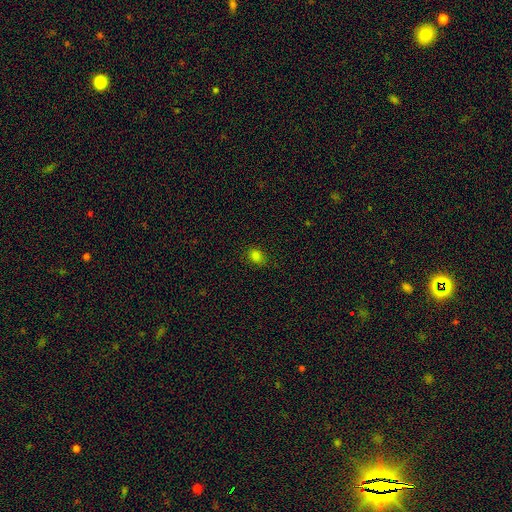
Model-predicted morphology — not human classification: Smooth or featured?
  - smooth: 81% *
  - star or artifact: 16%
  - featured or disk: 4%
How rounded?
  - in between: 61% *
  - round: 38%
  - cigar-shaped: 1%
Merging?
  - none: 80% *
  - minor disturbance: 15%
  - major disturbance: 4%
  - merger: 1%